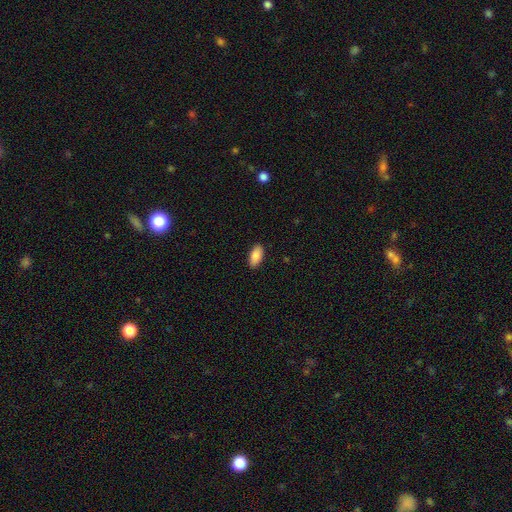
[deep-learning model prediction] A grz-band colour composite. It shows a smooth galaxy with no disk features (88%) that is in between round and cigar-shaped (92%). Merging: none (89%).